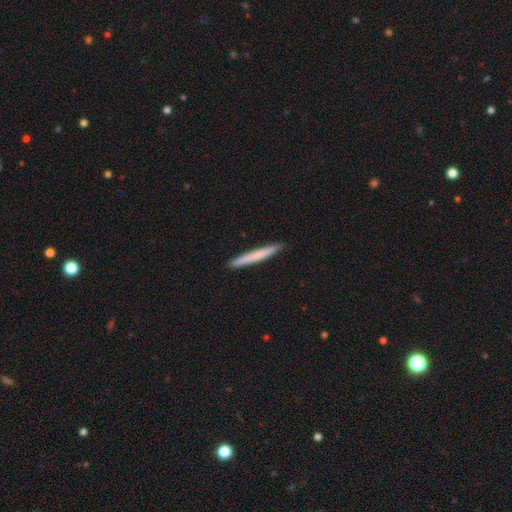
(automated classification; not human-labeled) Morphology: type=smooth (68%); roundness=cigar-shaped (97%); merging=none (92%).